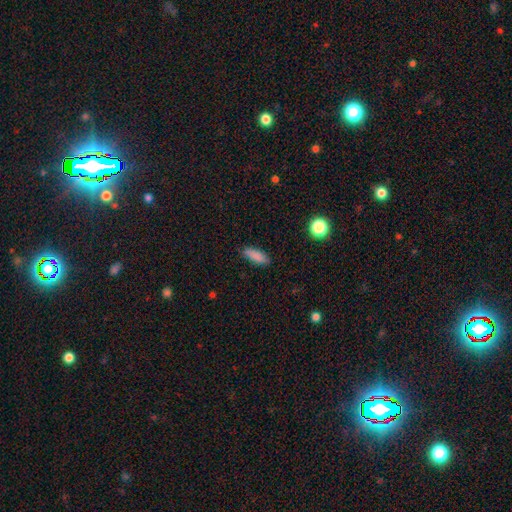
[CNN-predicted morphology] The model was most divided on "how rounded": in between: 60%, cigar-shaped: 38%, round: 2%. More confident: smooth or featured — smooth (86%); merging — none (86%).